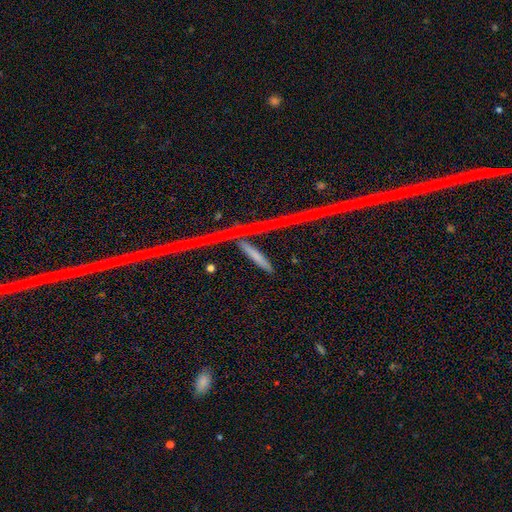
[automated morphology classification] This appears to be a smooth galaxy with no disk features (41%). Merging: none (73%).